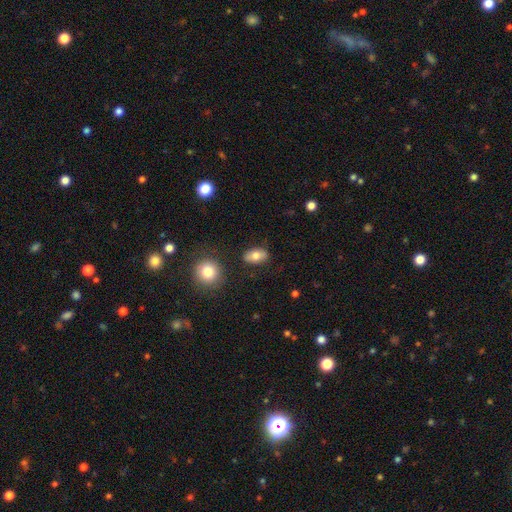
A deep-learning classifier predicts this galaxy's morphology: A smooth galaxy with no disk features (76%) that is in between round and cigar-shaped (86%). Merging: none (83%).